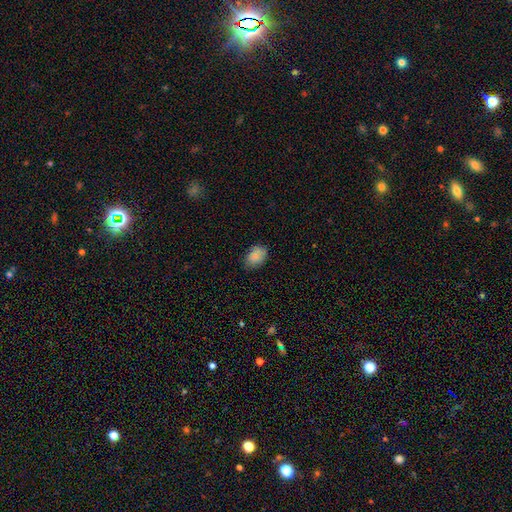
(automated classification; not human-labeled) Morphology: type=smooth (85%); roundness=in between (74%); merging=none (77%).